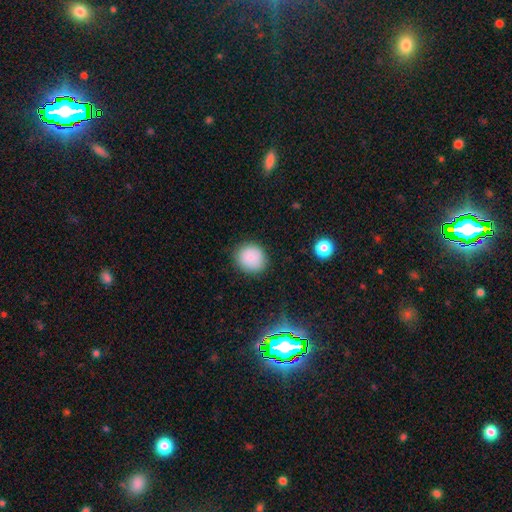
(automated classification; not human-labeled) Smooth or featured?
  - smooth: 87% *
  - star or artifact: 9%
  - featured or disk: 4%
How rounded?
  - round: 85% *
  - in between: 14%
  - cigar-shaped: 1%
Merging?
  - none: 86% *
  - minor disturbance: 10%
  - major disturbance: 3%
  - merger: 1%